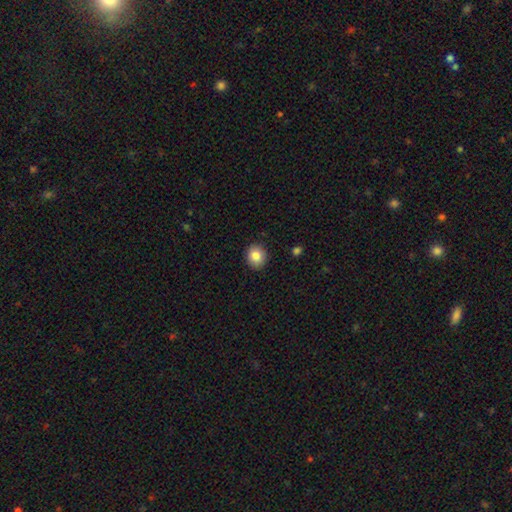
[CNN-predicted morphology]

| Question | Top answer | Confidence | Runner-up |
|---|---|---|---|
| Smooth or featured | smooth | 84% | star or artifact (9%) |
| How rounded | round | 75% | in between (24%) |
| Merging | none | 90% | minor disturbance (7%) |